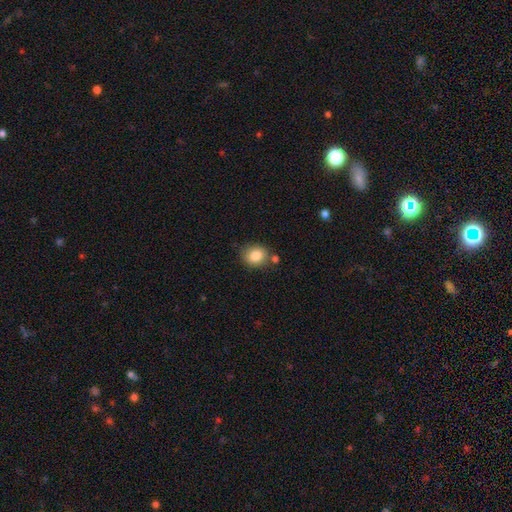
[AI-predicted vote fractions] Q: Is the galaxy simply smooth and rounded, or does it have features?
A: smooth — 84%.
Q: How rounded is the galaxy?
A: round — 69%.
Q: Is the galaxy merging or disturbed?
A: none — 73%.